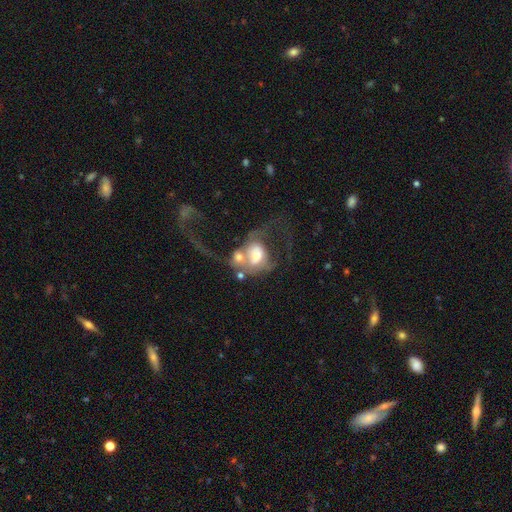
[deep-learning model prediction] featured or disk 54%, smooth 37%, star or artifact 9%. Down the decision tree: edge-on disk — no (96%); bar — no (70%); spiral arms — yes (50%, tied with no); bulge size — moderate (50%); merging — merger (58%).